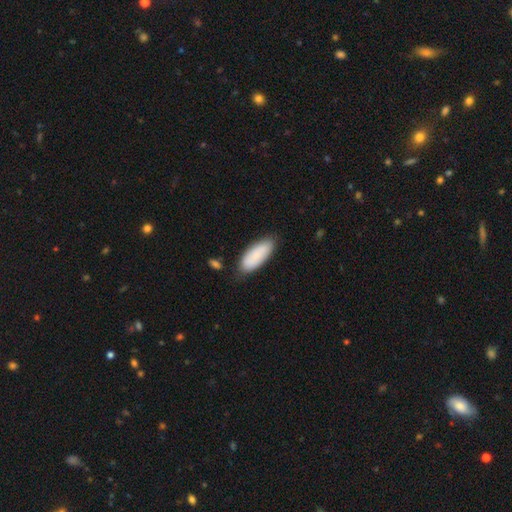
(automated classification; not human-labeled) The model was most divided on "how rounded": in between: 77%, cigar-shaped: 22%, round: 2%. More confident: smooth or featured — smooth (86%); merging — none (78%).